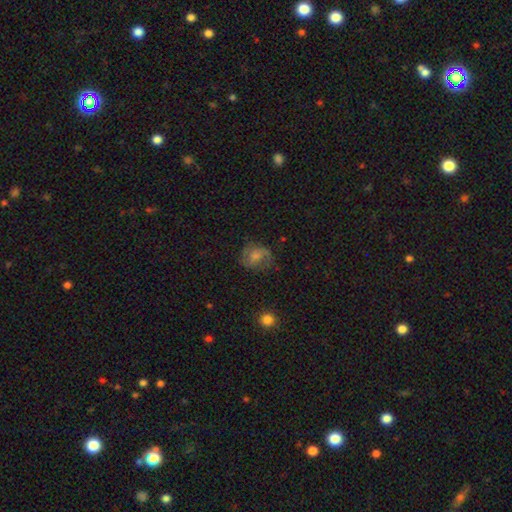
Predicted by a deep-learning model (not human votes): Overall: featured or disk (55%; smooth 31%). Edge-on disk: no (97%). Bar: no (50%; weak 41%). Spiral arms: yes (86%). Bulge size: moderate (45%; small 35%). Merging: none (69%).